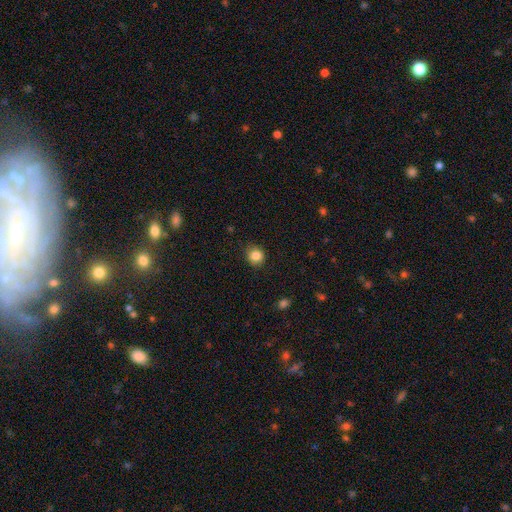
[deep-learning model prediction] A smooth galaxy with no disk features (86%) that is round (85%).

Vote fractions:
- Smooth or featured? smooth: 86% / star or artifact: 10% / featured or disk: 4%
- How rounded? round: 85% / in between: 14% / cigar-shaped: 1%
- Merging? none: 83% / minor disturbance: 13% / major disturbance: 3% / merger: 1%